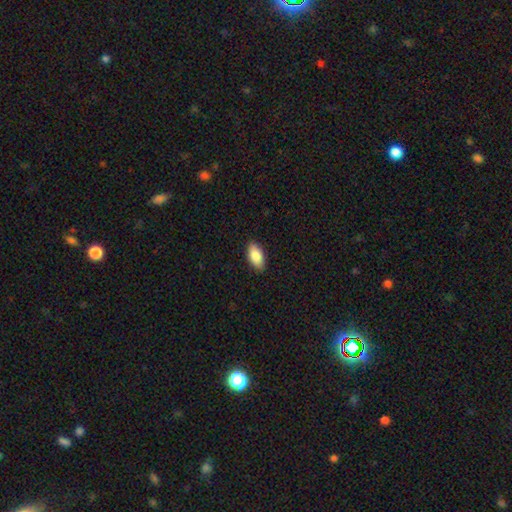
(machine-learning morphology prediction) Q: Smooth or featured?
A: smooth (84%); runner-up: featured or disk (10%)
Q: How rounded?
A: in between (91%); runner-up: cigar-shaped (6%)
Q: Merging?
A: none (89%); runner-up: minor disturbance (8%)